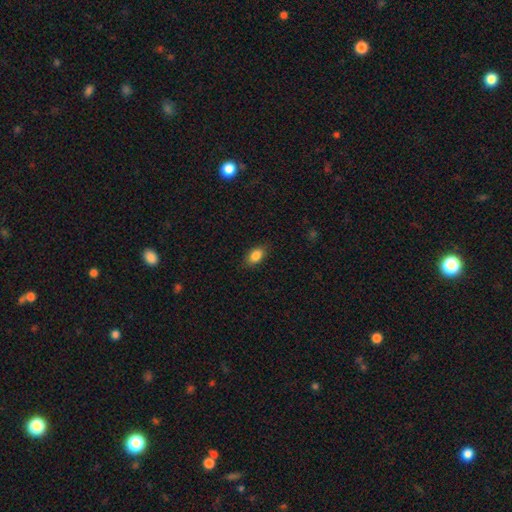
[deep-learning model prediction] Smooth or featured?
  - smooth: 86% *
  - star or artifact: 8%
  - featured or disk: 6%
How rounded?
  - in between: 88% *
  - round: 9%
  - cigar-shaped: 3%
Merging?
  - none: 85% *
  - minor disturbance: 12%
  - major disturbance: 3%
  - merger: 1%